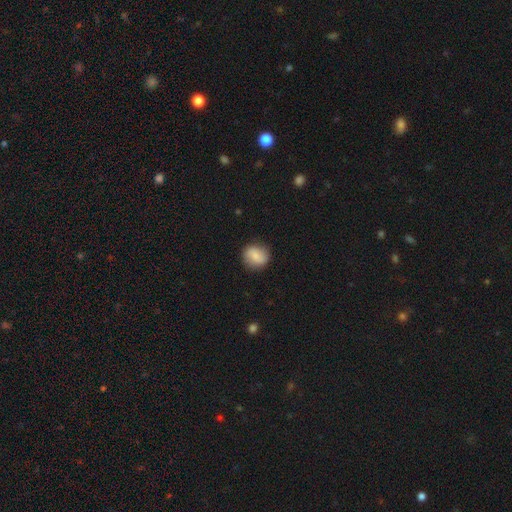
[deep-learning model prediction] Smooth or featured? Predicted: smooth (p=0.75). How rounded? Predicted: round (p=0.78). Merging? Predicted: none (p=0.84).